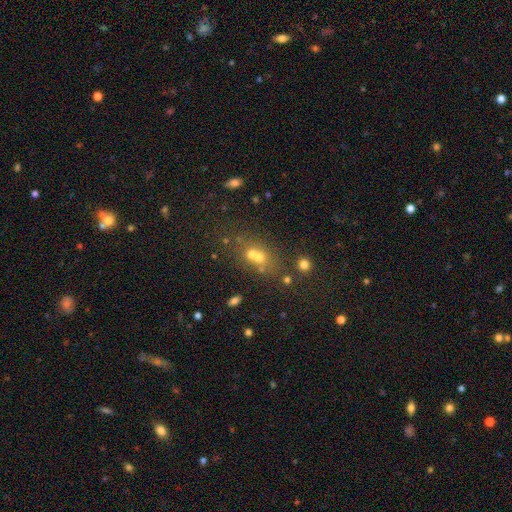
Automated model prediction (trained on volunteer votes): Q: Smooth or featured?
A: smooth (52%); runner-up: star or artifact (26%)
Q: How rounded?
A: round (60%); runner-up: in between (36%)
Q: Merging?
A: merger (49%); runner-up: none (37%)